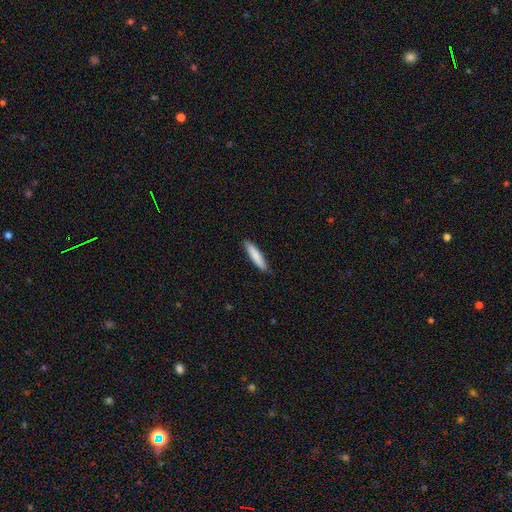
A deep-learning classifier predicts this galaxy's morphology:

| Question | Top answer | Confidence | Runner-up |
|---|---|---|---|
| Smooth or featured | smooth | 81% | featured or disk (13%) |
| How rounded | cigar-shaped | 85% | in between (14%) |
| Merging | none | 85% | minor disturbance (12%) |